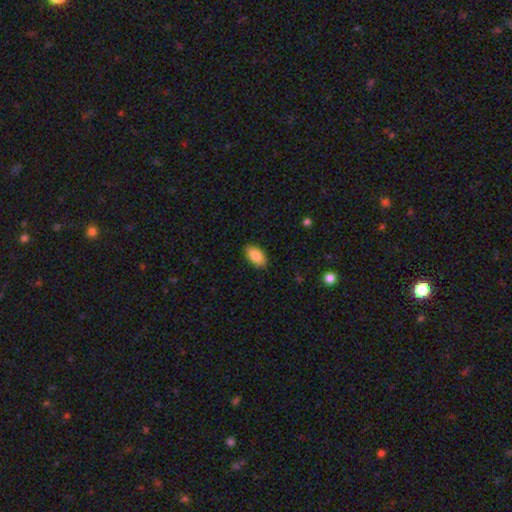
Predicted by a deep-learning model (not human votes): Overall: smooth (86%). How rounded: in between (93%). Merging: none (87%).